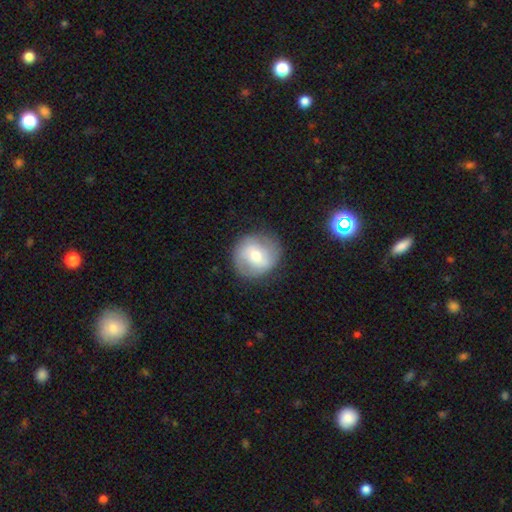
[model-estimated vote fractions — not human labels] smooth-or-featured: featured or disk: 53% | smooth: 40% | star or artifact: 7%
  disk-edge-on: no: 97% | yes: 3%
    bar: no: 41% (tied) | weak: 41% (tied) | strong: 17%
    has-spiral-arms: yes: 73% | no: 27%
    bulge-size: moderate: 63% | small: 30% | large: 5% | dominant: 1% | none: 1%
  merging: none: 82% | minor disturbance: 12% | major disturbance: 5% | merger: 1%